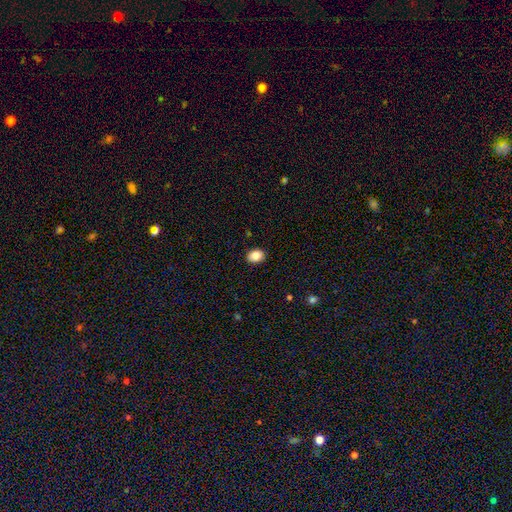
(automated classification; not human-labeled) smooth-or-featured: smooth: 84% | star or artifact: 9% | featured or disk: 7%
  how-rounded: in between: 56% | round: 43% | cigar-shaped: 1%
  merging: none: 90% | minor disturbance: 8% | major disturbance: 2% | merger: 1%